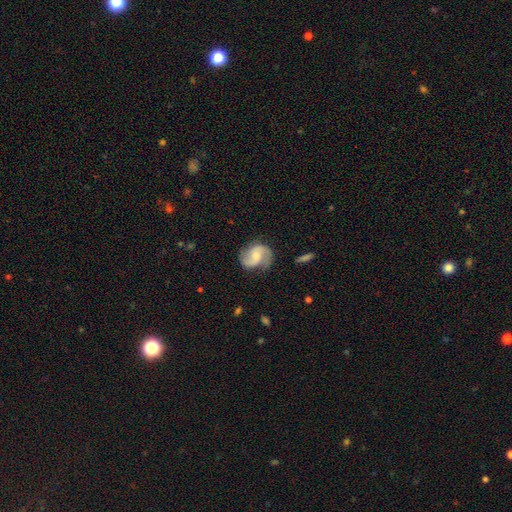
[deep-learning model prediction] This is clearly a featured or disk galaxy (81%). It is clearly not viewed edge-on (98%). Bar: possibly no (48%). Spiral arm pattern: clearly yes (96%). Spiral arm count: clearly 2 (91%). Spiral winding: possibly medium (48%). Central bulge: marginally small (43%). Merging: likely none (77%).